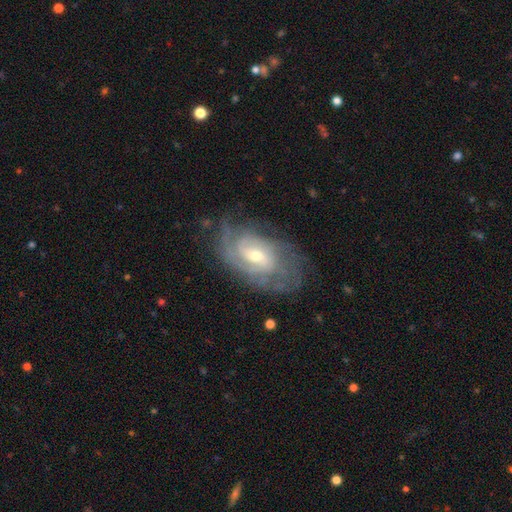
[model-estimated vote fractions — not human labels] A featured or disk galaxy (84%) with a weak bar (45%), tight (62%) spiral arms (94%) and a moderate central bulge (49%). Merging: none (69%).